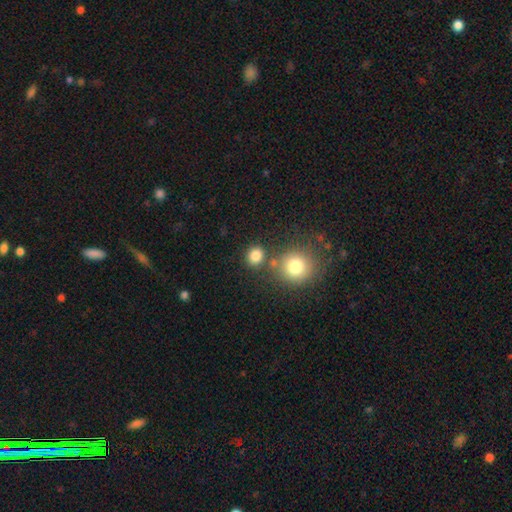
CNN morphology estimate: smooth_or_featured: smooth (p=0.82) [alt: star or artifact p=0.13]
how_rounded: round (p=0.81) [alt: in between p=0.18]
merging: none (p=0.75) [alt: merger p=0.12]